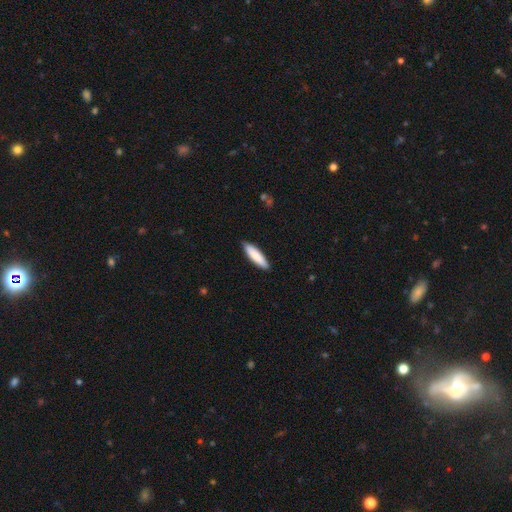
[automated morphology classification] smooth_or_featured: smooth (p=0.84) [alt: featured or disk p=0.11]
how_rounded: cigar-shaped (p=0.71) [alt: in between p=0.28]
merging: none (p=0.89) [alt: minor disturbance p=0.09]